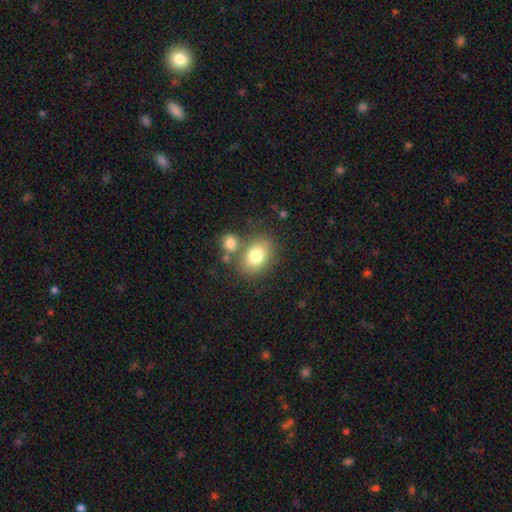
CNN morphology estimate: A smooth galaxy with no disk features (78%) that is in between round and cigar-shaped (70%). Merging: none (63%).